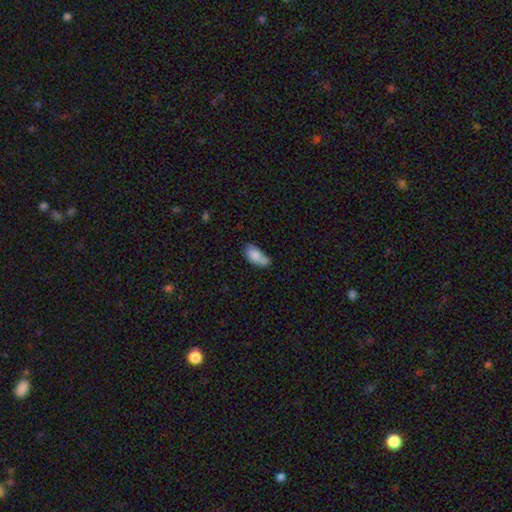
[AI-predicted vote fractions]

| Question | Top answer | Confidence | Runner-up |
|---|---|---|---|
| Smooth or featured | smooth | 80% | featured or disk (12%) |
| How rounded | in between | 89% | cigar-shaped (7%) |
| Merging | none | 39% | minor disturbance (31%) |